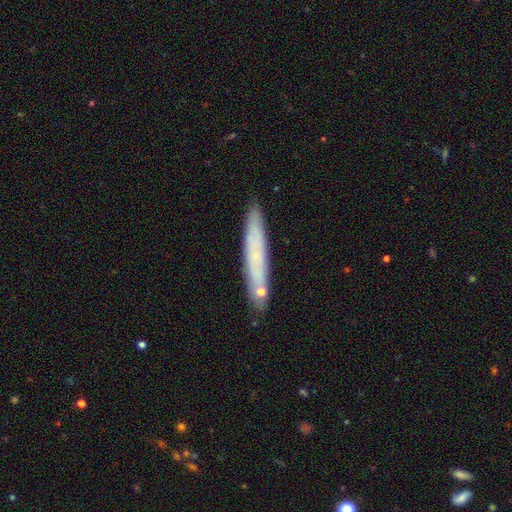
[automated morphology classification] Smooth or featured? smooth (53%)
How rounded? cigar-shaped (93%)
Merging? none (81%)